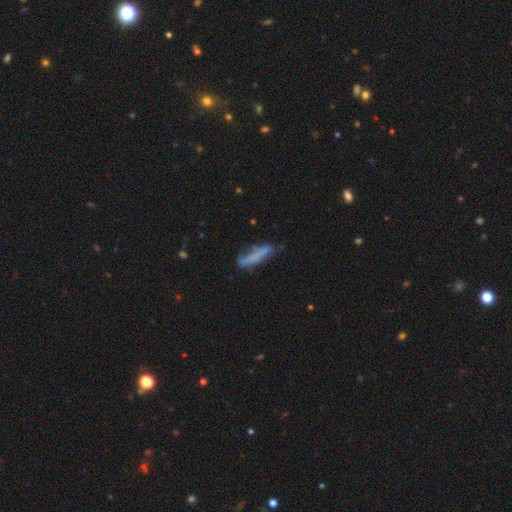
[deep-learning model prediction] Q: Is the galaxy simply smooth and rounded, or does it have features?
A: smooth — 61%.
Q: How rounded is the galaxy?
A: cigar-shaped — 84%.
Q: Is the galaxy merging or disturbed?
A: none — 54%.